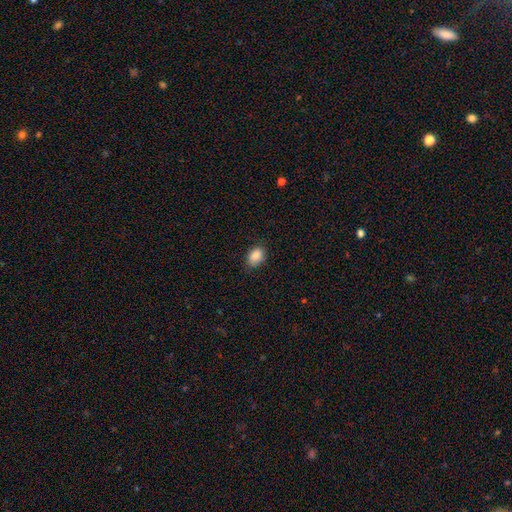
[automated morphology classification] Smooth or featured? smooth (88%)
How rounded? in between (80%)
Merging? none (80%)